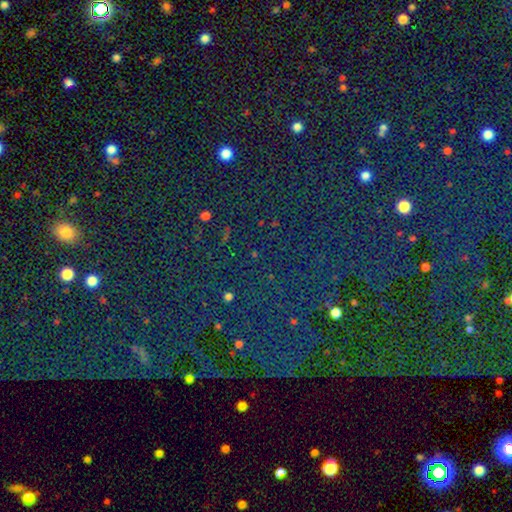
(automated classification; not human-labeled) Smooth or featured? Predicted: star or artifact (p=0.81).